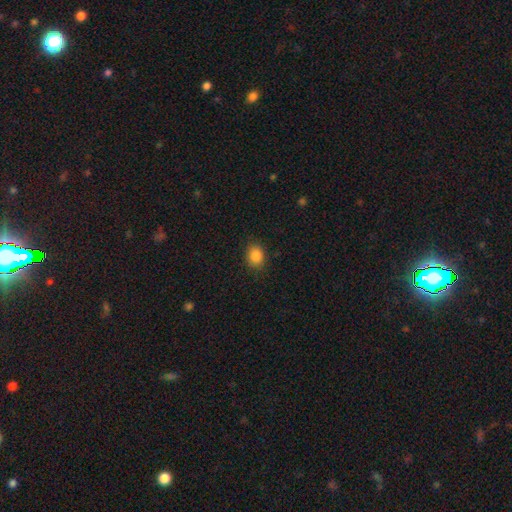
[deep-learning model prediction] This appears to be a smooth galaxy with no disk features (86%) that is in between round and cigar-shaped (50%). Merging: none (87%).